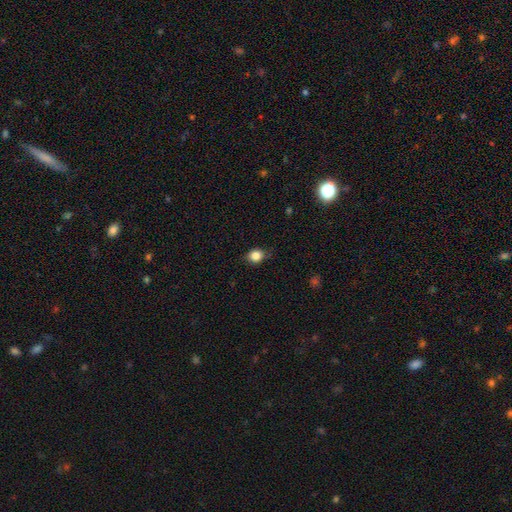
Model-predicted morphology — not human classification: smooth 83%, star or artifact 11%, featured or disk 7%. Down the decision tree: how rounded — round (66%); merging — none (75%).